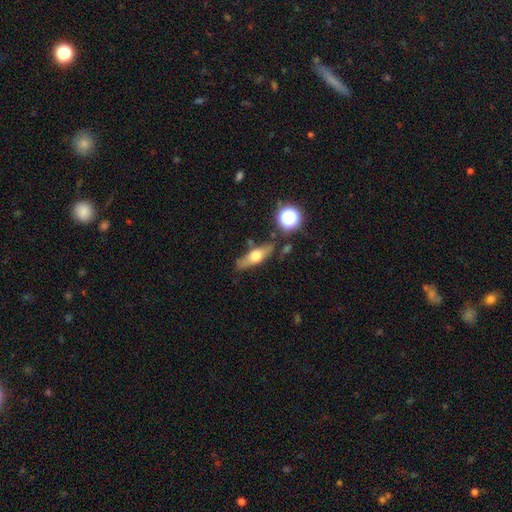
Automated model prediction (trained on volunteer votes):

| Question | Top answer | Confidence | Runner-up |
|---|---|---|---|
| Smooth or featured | featured or disk | 47% | smooth (44%) |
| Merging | none | 77% | minor disturbance (14%) |